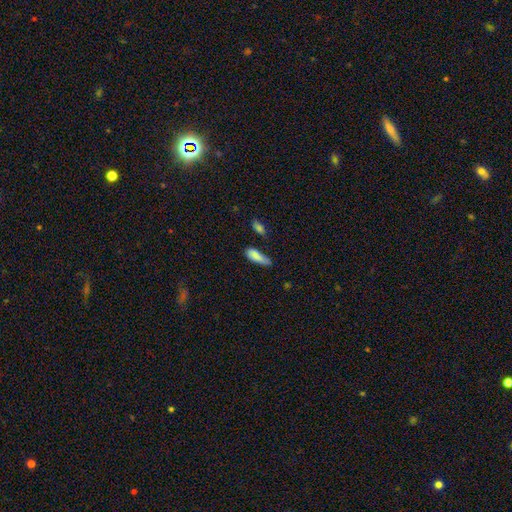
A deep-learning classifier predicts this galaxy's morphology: Overall: smooth (84%). How rounded: in between (66%; cigar-shaped 32%). Merging: none (49%; minor disturbance 34%).